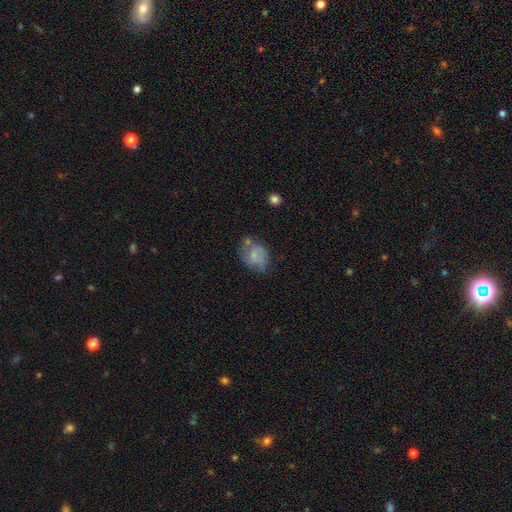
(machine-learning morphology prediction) type=smooth (56%); roundness=in between (52%); merging=none (40%).